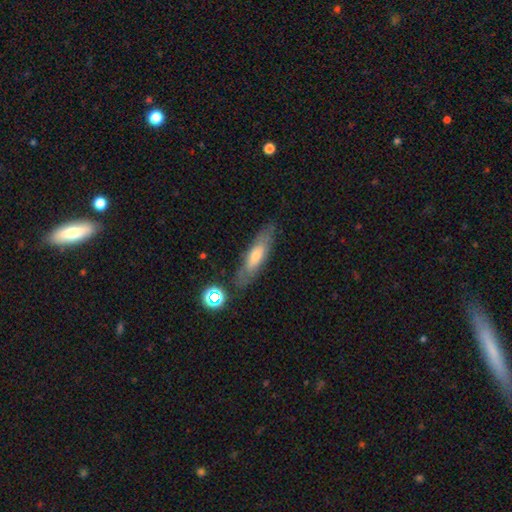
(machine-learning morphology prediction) smooth_or_featured: smooth (p=0.52) [alt: featured or disk p=0.39]
how_rounded: cigar-shaped (p=0.63) [alt: in between p=0.35]
merging: none (p=0.79) [alt: minor disturbance p=0.14]